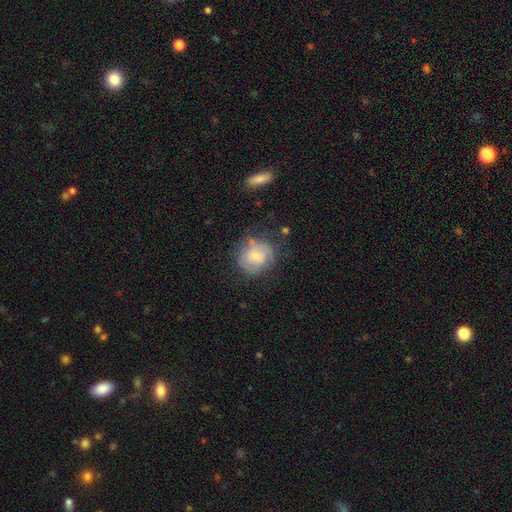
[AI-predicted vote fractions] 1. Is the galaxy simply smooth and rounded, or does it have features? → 61% featured or disk, 31% smooth, 7% star or artifact.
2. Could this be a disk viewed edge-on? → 97% no, 3% yes.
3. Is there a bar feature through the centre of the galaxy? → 56% no, 38% weak, 6% strong.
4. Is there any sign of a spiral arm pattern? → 82% yes, 18% no.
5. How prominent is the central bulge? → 48% small, 44% moderate, 3% none, 3% large, 1% dominant.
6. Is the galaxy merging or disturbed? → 63% none, 23% minor disturbance, 11% major disturbance, 3% merger.